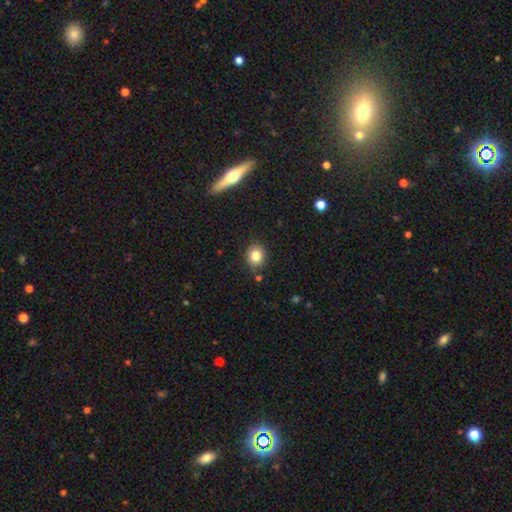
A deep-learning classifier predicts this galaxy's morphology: This is clearly a smooth galaxy (83%). How rounded: likely round (71%). Merging: clearly none (81%).